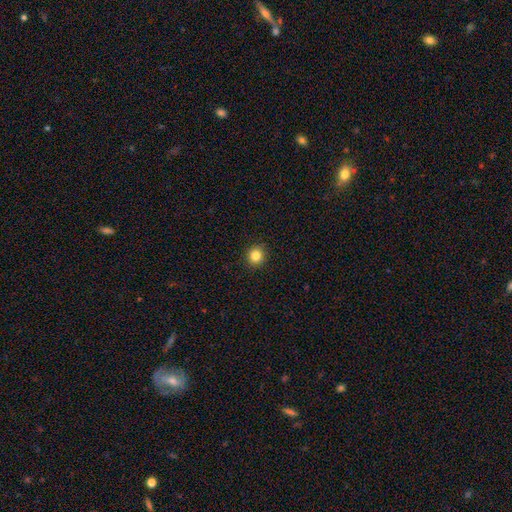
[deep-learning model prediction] This is clearly a smooth galaxy (83%). How rounded: clearly round (91%). Merging: clearly none (92%).